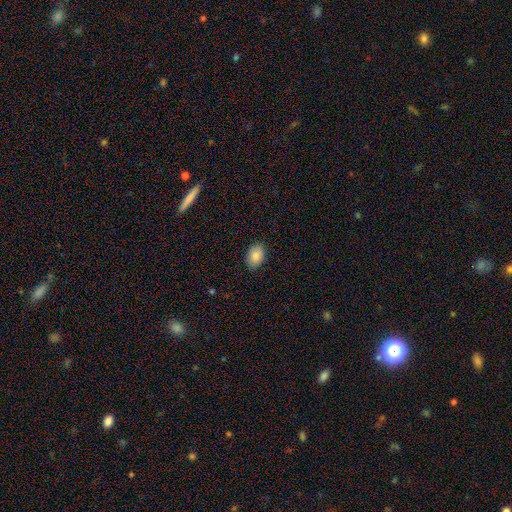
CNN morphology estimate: The model was most divided on "how rounded": in between: 84%, round: 15%, cigar-shaped: 1%. More confident: smooth or featured — smooth (87%); merging — none (86%).